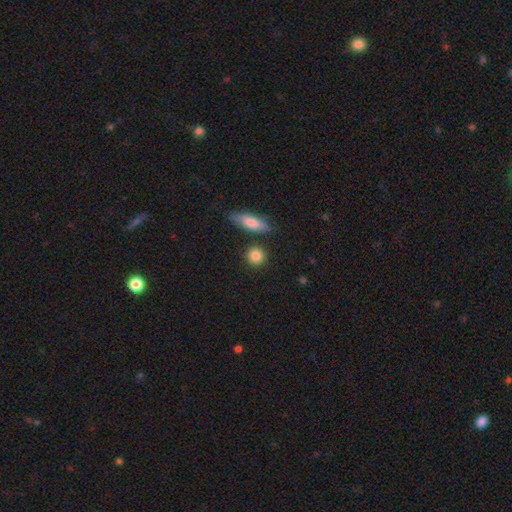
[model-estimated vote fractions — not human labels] The model was most divided on "how rounded": round: 82%, in between: 13%, cigar-shaped: 5%. More confident: smooth or featured — smooth (85%); merging — none (84%).